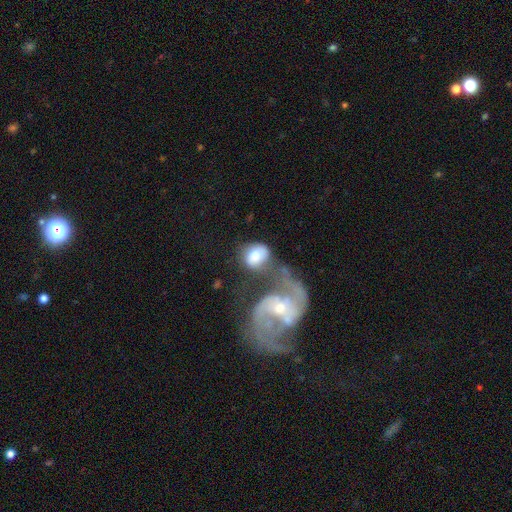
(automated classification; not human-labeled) Smooth or featured: smooth — 61% (featured or disk — 32%)
How rounded: in between — 61% (round — 38%)
Merging: merger — 49% (none — 21%)